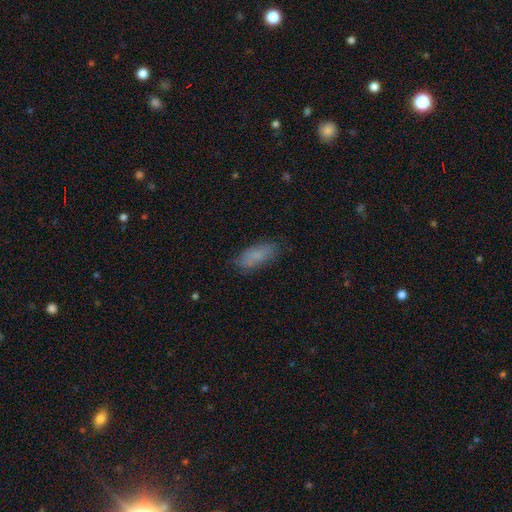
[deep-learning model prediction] Q: Smooth or featured?
A: smooth (76%); runner-up: featured or disk (15%)
Q: How rounded?
A: in between (80%); runner-up: cigar-shaped (18%)
Q: Merging?
A: none (75%); runner-up: minor disturbance (18%)